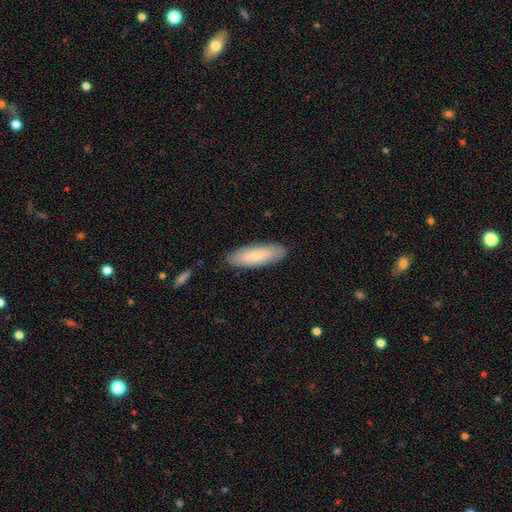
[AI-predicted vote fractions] The model was most divided on "how rounded": cigar-shaped: 51%, in between: 47%, round: 2%. More confident: merging — none (86%); smooth or featured — smooth (74%).